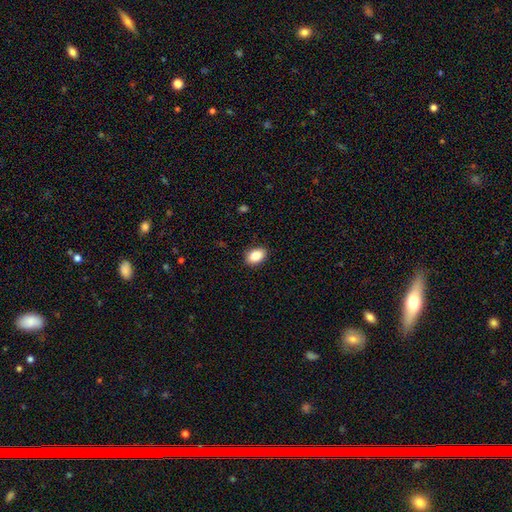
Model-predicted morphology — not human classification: smooth_or_featured: smooth (p=0.86) [alt: star or artifact p=0.08]
how_rounded: in between (p=0.82) [alt: round p=0.17]
merging: none (p=0.89) [alt: minor disturbance p=0.08]